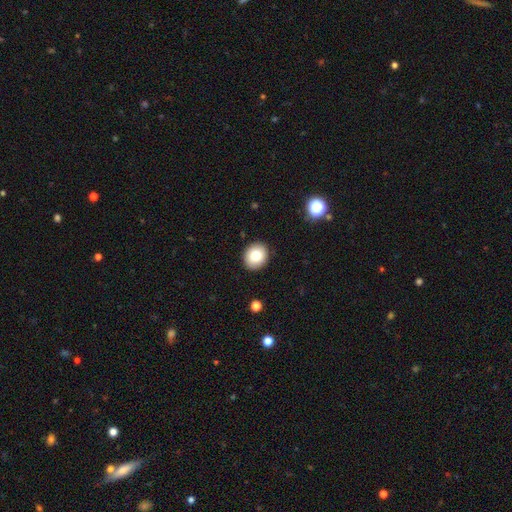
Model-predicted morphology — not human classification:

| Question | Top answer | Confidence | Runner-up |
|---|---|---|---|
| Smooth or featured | smooth | 80% | featured or disk (10%) |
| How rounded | round | 72% | in between (27%) |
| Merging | none | 90% | minor disturbance (7%) |